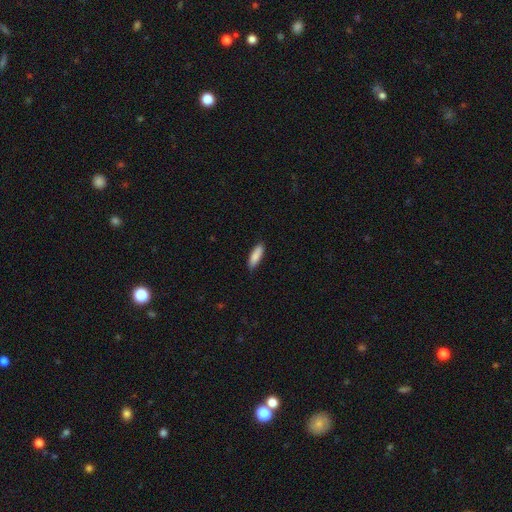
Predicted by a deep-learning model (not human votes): Morphology: type=smooth (87%); roundness=cigar-shaped (51%); merging=none (86%).